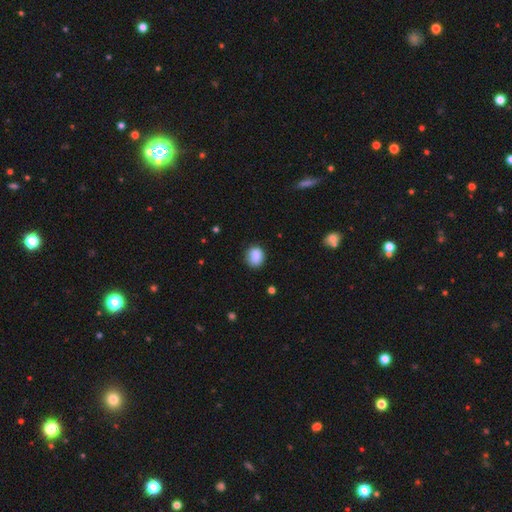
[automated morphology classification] type=smooth (88%); roundness=round (65%); merging=none (80%).